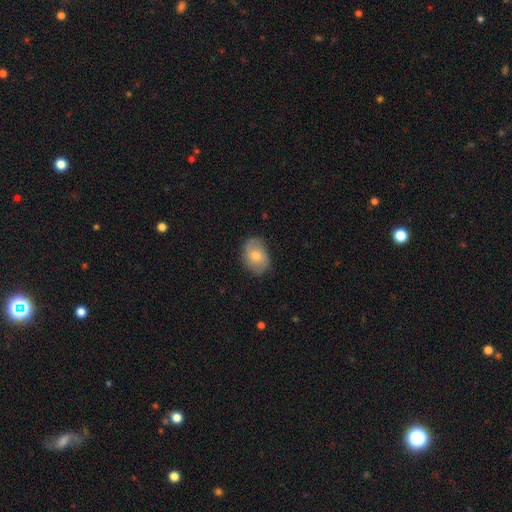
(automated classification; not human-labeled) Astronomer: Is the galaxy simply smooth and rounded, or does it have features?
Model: smooth — 54% (runner-up: featured or disk, 38%).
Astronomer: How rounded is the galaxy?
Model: in between — 72%.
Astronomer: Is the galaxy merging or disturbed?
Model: none — 73%.